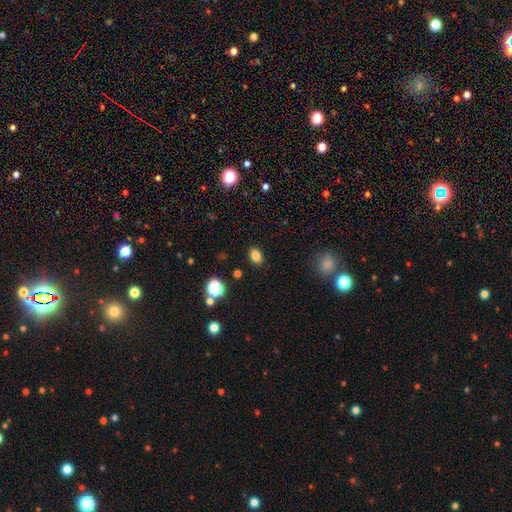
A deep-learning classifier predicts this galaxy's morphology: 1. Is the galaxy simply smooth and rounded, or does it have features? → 82% smooth, 13% star or artifact, 6% featured or disk.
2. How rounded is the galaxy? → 72% in between, 26% round, 1% cigar-shaped.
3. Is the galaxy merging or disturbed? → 88% none, 8% minor disturbance, 3% major disturbance, 2% merger.